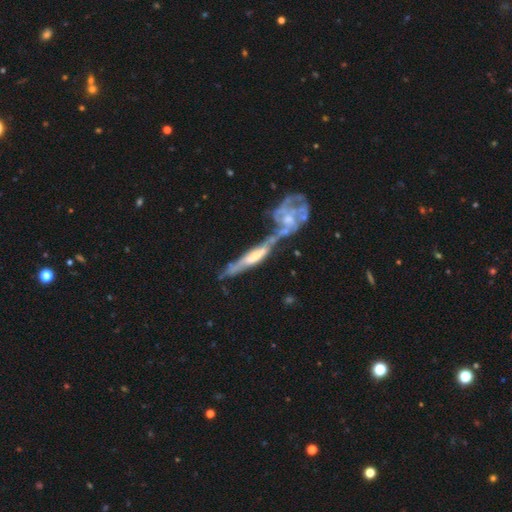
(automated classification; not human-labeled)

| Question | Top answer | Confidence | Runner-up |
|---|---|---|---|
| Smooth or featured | featured or disk | 73% | smooth (20%) |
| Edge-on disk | yes | 54% | no (46%) |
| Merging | merger | 62% | none (19%) |